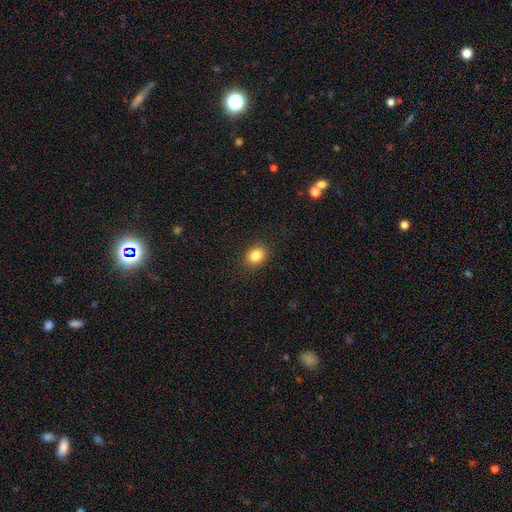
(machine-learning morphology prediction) This is clearly a smooth galaxy (84%). How rounded: possibly round (53%). Merging: clearly none (89%).